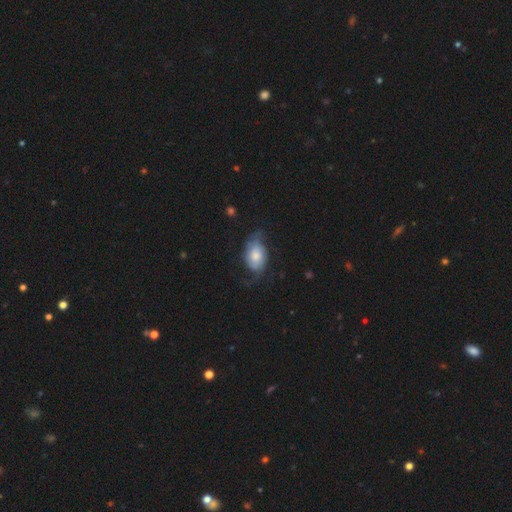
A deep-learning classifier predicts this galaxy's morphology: Smooth or featured?
  - featured or disk: 49% *
  - smooth: 44%
  - star or artifact: 7%
Merging?
  - none: 48% *
  - minor disturbance: 29%
  - major disturbance: 21%
  - merger: 2%